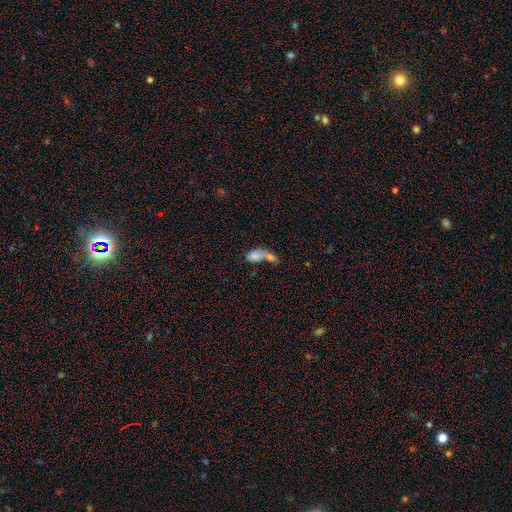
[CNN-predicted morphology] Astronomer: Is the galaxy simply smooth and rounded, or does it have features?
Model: smooth — 73%.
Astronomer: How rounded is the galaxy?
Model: in between — 84%.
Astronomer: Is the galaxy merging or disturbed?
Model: merger — 68%.